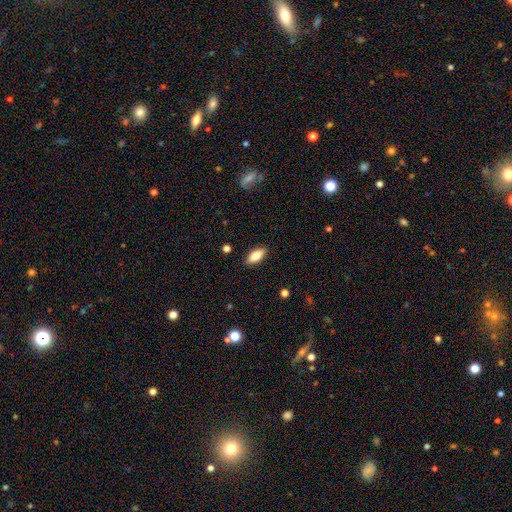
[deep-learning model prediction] A smooth galaxy with no disk features (76%) that is in between round and cigar-shaped (82%).

Vote fractions:
- Smooth or featured? smooth: 76% / featured or disk: 17% / star or artifact: 7%
- How rounded? in between: 82% / cigar-shaped: 15% / round: 3%
- Merging? none: 88% / minor disturbance: 9% / major disturbance: 2% / merger: 1%